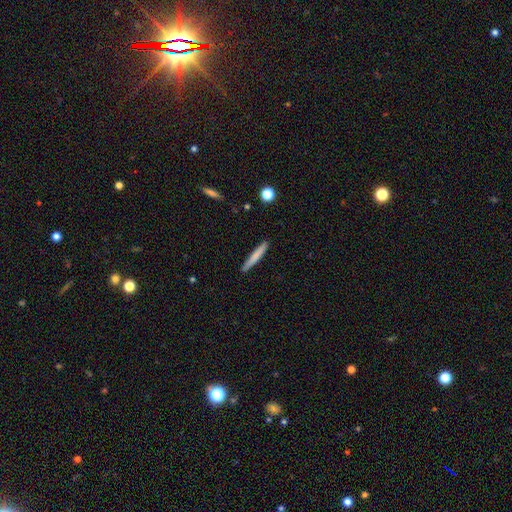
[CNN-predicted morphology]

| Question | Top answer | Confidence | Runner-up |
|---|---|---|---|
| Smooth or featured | smooth | 74% | featured or disk (20%) |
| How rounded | cigar-shaped | 96% | in between (3%) |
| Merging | none | 89% | minor disturbance (8%) |